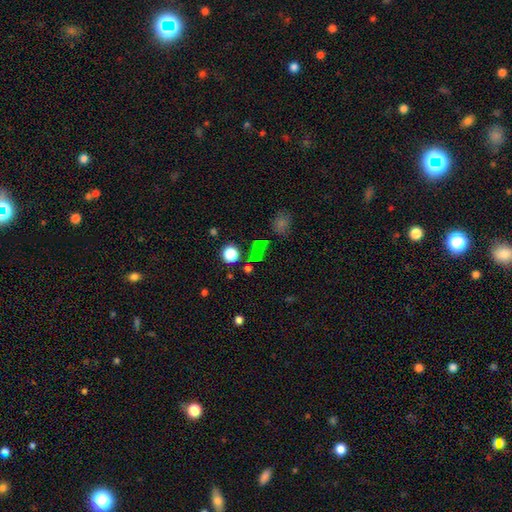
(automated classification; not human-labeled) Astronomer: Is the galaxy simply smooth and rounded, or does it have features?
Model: smooth — 54% (runner-up: star or artifact, 37%).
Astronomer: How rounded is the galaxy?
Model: round — 74%.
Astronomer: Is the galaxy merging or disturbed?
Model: none — 71%.